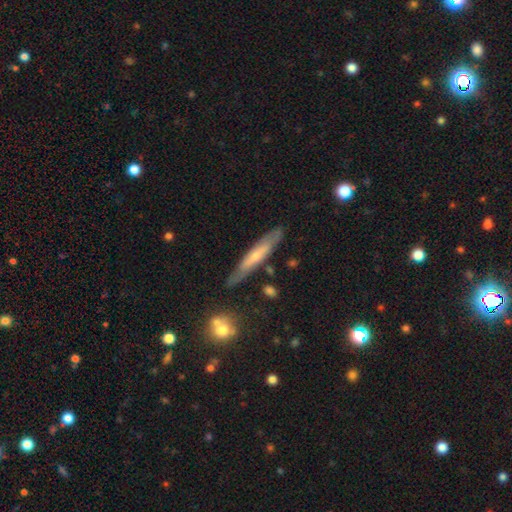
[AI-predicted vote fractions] This is possibly a featured or disk galaxy (49%). Merging: likely none (79%).